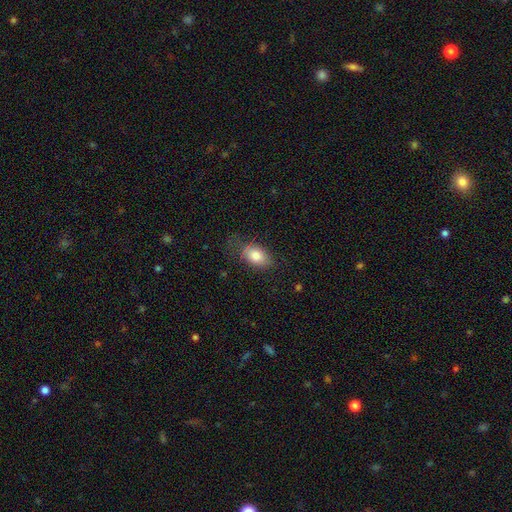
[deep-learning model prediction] The model was most divided on "merging": none: 63%, minor disturbance: 24%, major disturbance: 11%, merger: 1%. More confident: how rounded — in between (87%); smooth or featured — smooth (79%).